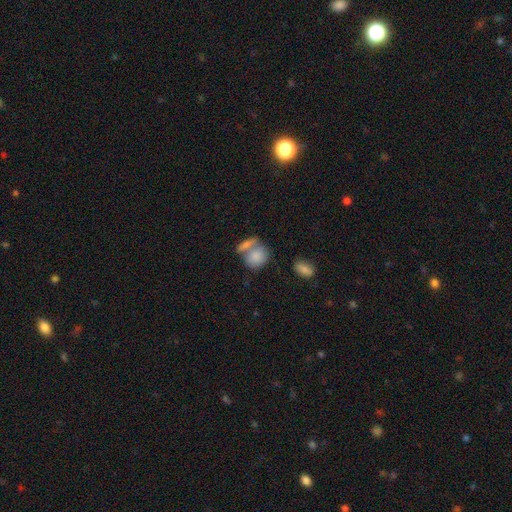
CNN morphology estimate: Q: Smooth or featured?
A: smooth (80%); runner-up: featured or disk (13%)
Q: How rounded?
A: round (63%); runner-up: in between (35%)
Q: Merging?
A: merger (48%); runner-up: none (35%)